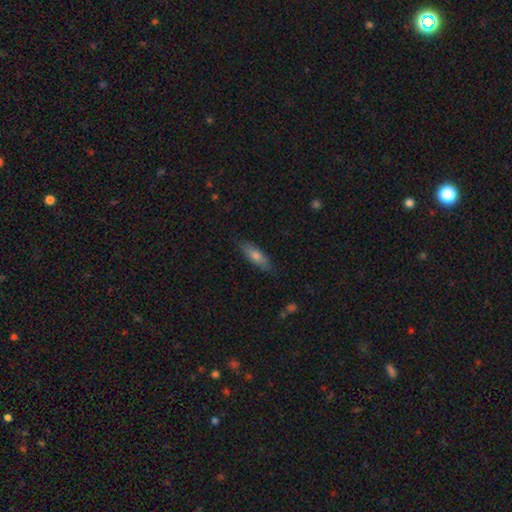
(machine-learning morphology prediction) Smooth or featured: smooth — 68% (featured or disk — 25%)
How rounded: cigar-shaped — 51% (in between — 46%)
Merging: none — 85% (minor disturbance — 12%)